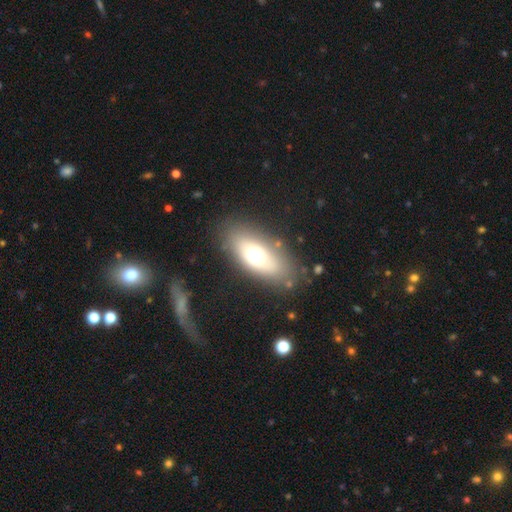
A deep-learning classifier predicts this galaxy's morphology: This appears to be a smooth galaxy with no disk features (63%) that is in between round and cigar-shaped (81%). Merging: none (82%).